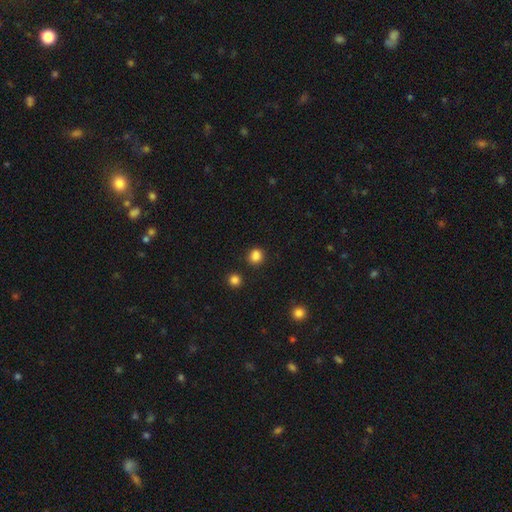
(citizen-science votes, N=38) Smooth or featured? 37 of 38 (97%) said smooth. How rounded? 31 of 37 (84%) said round. Merging? 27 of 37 (73%) said none.